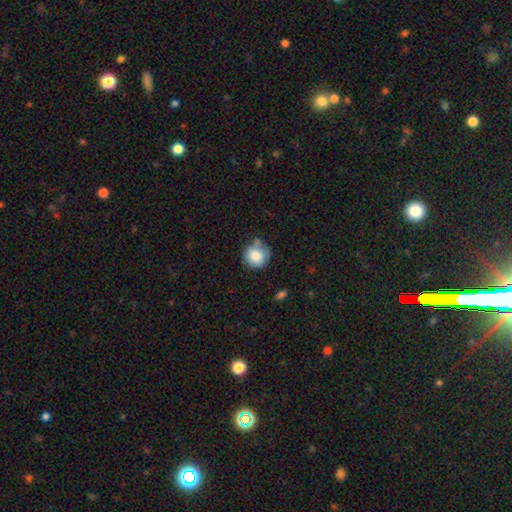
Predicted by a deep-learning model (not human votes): smooth-or-featured: smooth: 84% | star or artifact: 8% | featured or disk: 7%
  how-rounded: round: 91% | in between: 8% | cigar-shaped: 1%
  merging: none: 62% | minor disturbance: 24% | merger: 8% | major disturbance: 6%